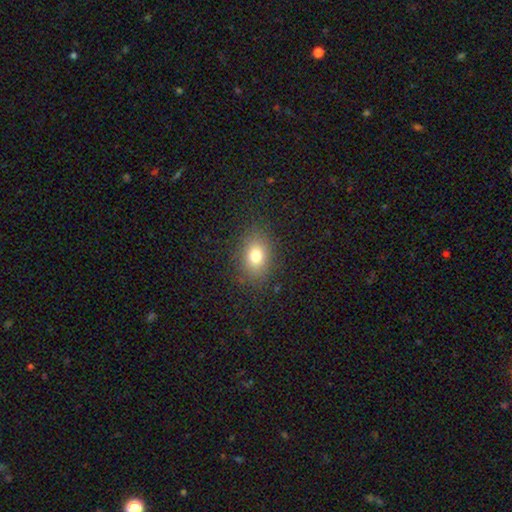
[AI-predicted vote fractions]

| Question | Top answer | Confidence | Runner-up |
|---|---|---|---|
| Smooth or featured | smooth | 77% | star or artifact (13%) |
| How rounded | in between | 67% | round (32%) |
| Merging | none | 85% | minor disturbance (10%) |